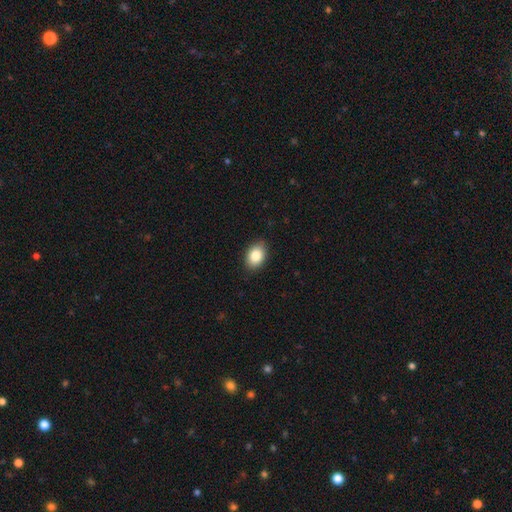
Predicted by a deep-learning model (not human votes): Morphology: type=smooth (84%); roundness=in between (80%); merging=none (87%).